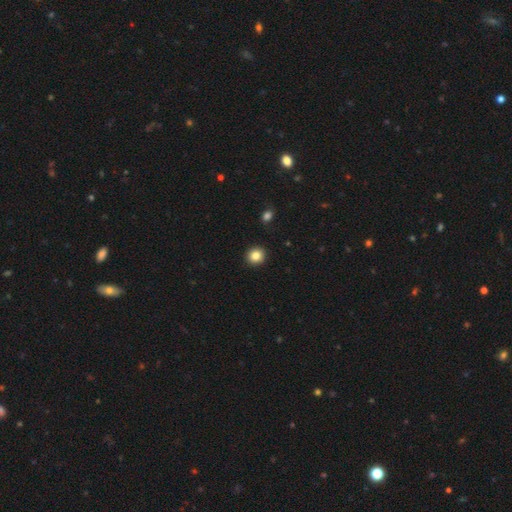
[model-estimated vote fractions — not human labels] smooth_or_featured: smooth (p=0.84) [alt: star or artifact p=0.10]
how_rounded: round (p=0.89) [alt: in between p=0.10]
merging: none (p=0.92) [alt: minor disturbance p=0.05]